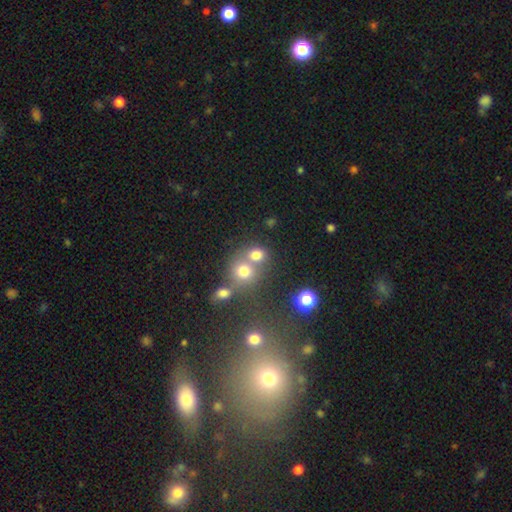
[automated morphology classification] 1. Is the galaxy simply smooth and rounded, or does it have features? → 71% smooth, 18% star or artifact, 12% featured or disk.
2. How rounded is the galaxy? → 76% round, 23% in between, 1% cigar-shaped.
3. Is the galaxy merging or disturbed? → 45% none, 44% merger, 8% minor disturbance, 4% major disturbance.